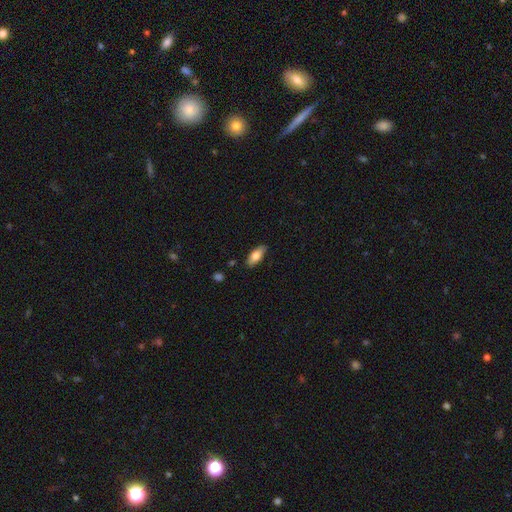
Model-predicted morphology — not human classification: type=smooth (77%); roundness=in between (85%); merging=none (85%).